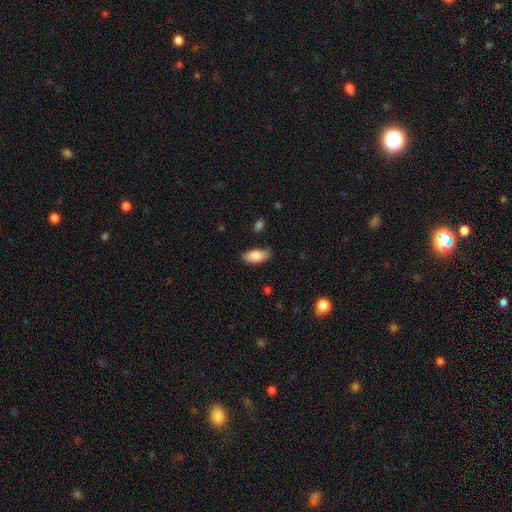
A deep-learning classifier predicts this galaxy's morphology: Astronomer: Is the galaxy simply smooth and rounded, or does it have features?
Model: smooth — 84%.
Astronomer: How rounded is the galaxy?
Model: in between — 85%.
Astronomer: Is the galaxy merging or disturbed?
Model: none — 82%.